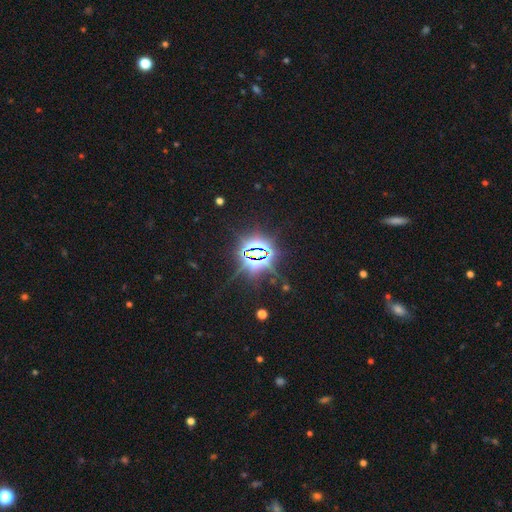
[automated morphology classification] A star or artifact, not a galaxy (84%).

Vote fractions:
- Smooth or featured? star or artifact: 84% / smooth: 8% / featured or disk: 7%